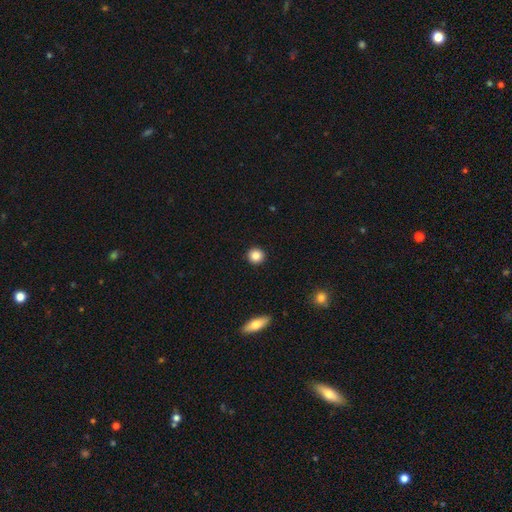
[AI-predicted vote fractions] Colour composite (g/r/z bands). It shows a smooth galaxy with no disk features (85%) that is round (94%). Merging: none (93%).